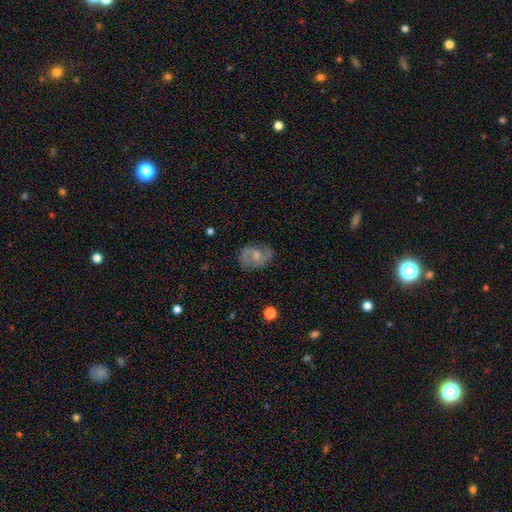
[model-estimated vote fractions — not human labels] Smooth or featured: featured or disk — 55% (smooth — 36%)
Edge-on disk: no — 96% (yes — 4%)
Bar: no — 68% (weak — 27%)
Spiral arms: yes — 70% (no — 30%)
Bulge size: moderate — 49% (small — 33%)
Merging: none — 65% (minor disturbance — 22%)